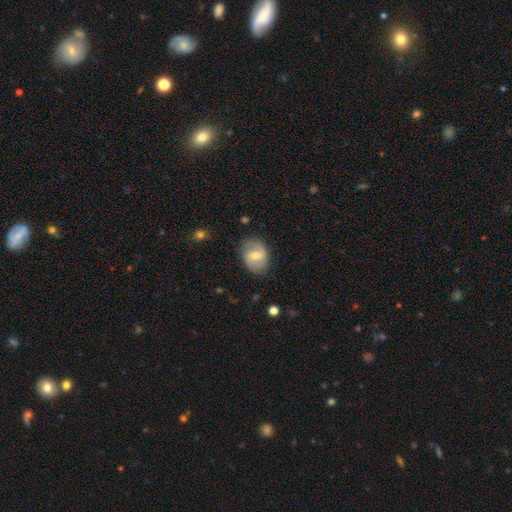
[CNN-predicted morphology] featured or disk 58%, smooth 35%, star or artifact 7%. Down the decision tree: edge-on disk — no (96%); bar — weak (51%); spiral arms — yes (78%); bulge size — moderate (61%); merging — none (77%).